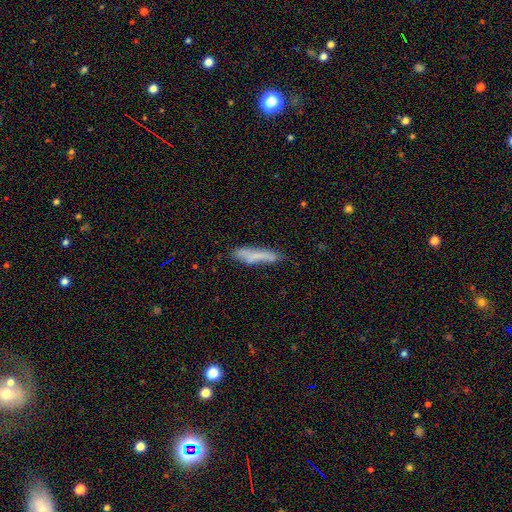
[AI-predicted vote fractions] Overall: smooth (70%). How rounded: cigar-shaped (85%). Merging: none (62%; minor disturbance 26%).